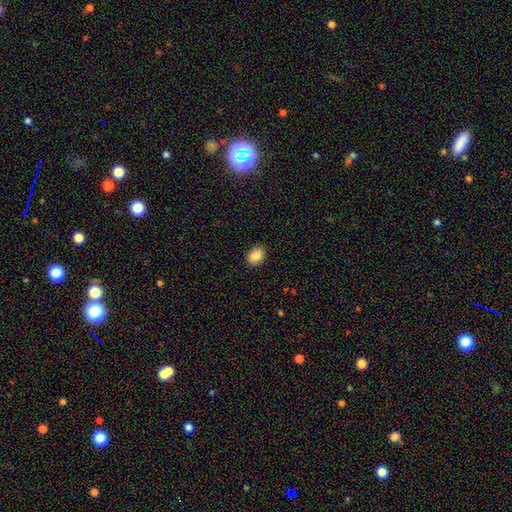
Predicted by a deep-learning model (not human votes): Smooth or featured? smooth (88%)
How rounded? in between (64%)
Merging? none (88%)